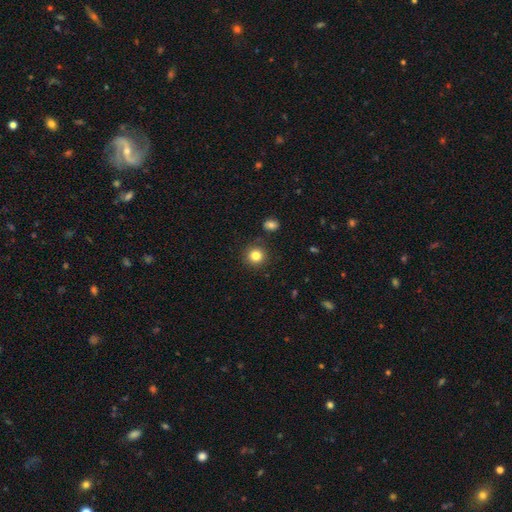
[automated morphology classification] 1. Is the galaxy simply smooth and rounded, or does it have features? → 83% smooth, 11% star or artifact, 5% featured or disk.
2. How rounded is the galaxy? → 92% round, 7% in between, 1% cigar-shaped.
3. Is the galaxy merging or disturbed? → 89% none, 7% minor disturbance, 2% merger, 2% major disturbance.